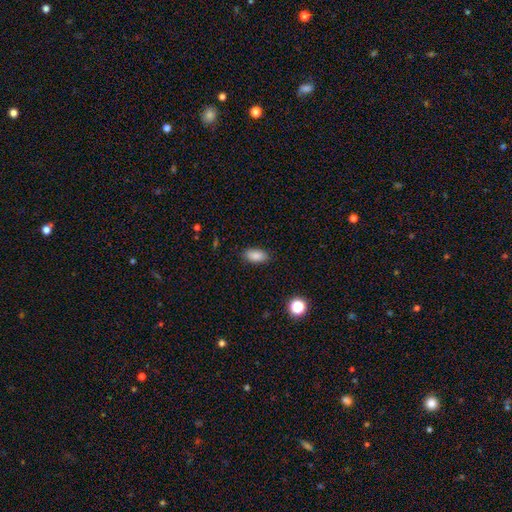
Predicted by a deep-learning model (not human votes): smooth-or-featured: smooth: 86% | star or artifact: 9% | featured or disk: 5%
  how-rounded: in between: 91% | cigar-shaped: 5% | round: 4%
  merging: none: 87% | minor disturbance: 10% | major disturbance: 2% | merger: 1%